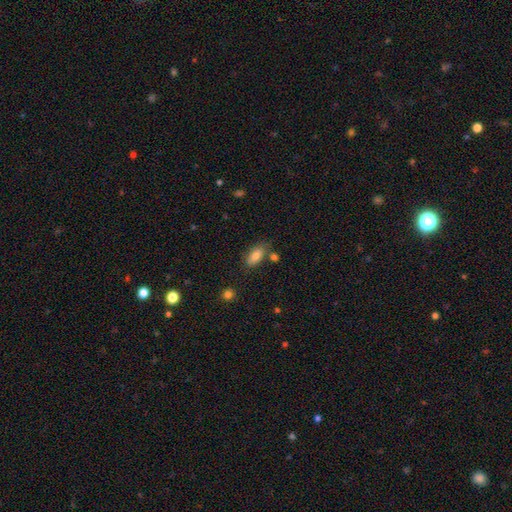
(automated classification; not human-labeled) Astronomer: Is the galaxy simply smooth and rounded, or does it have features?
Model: smooth — 81%.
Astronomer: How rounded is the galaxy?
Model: in between — 88%.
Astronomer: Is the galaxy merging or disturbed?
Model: none — 72%.